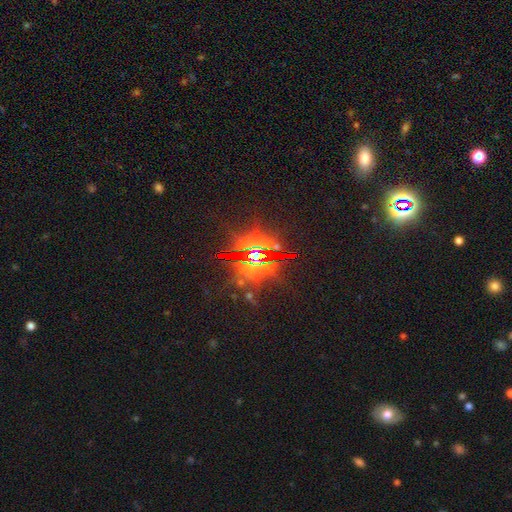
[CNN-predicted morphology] Overall: star or artifact (83%).